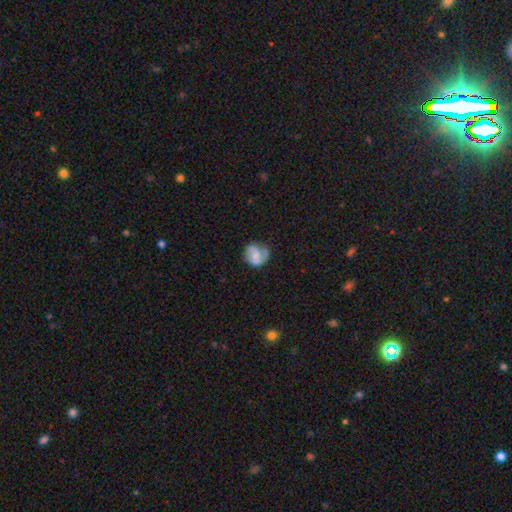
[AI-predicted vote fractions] A smooth galaxy with no disk features (47%). Merging: none (59%).